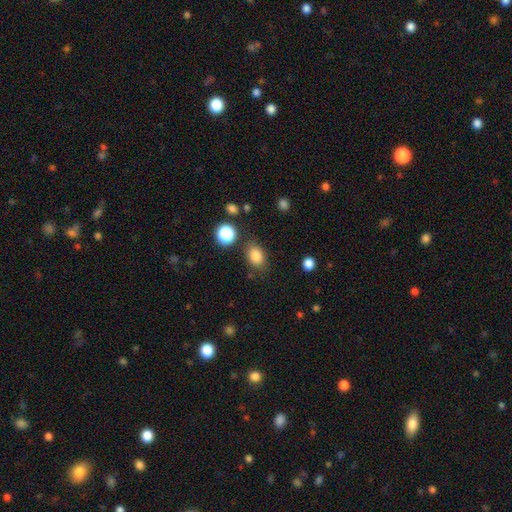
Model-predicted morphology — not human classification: Smooth or featured? Predicted: smooth (p=0.83). How rounded? Predicted: in between (p=0.71). Merging? Predicted: none (p=0.78).